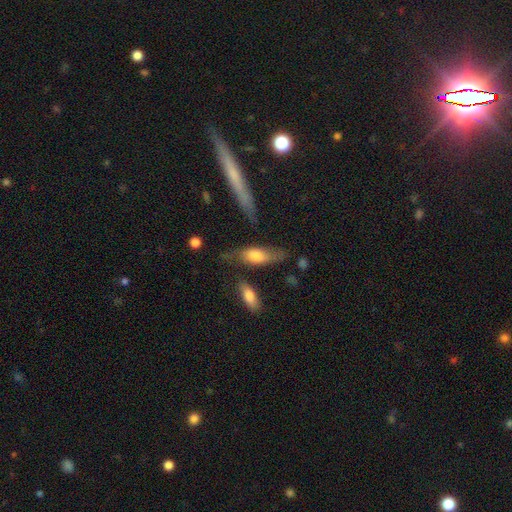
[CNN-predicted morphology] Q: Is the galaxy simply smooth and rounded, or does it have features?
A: smooth — 60%.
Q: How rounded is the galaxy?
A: in between — 70%.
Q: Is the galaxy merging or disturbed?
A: none — 54%.